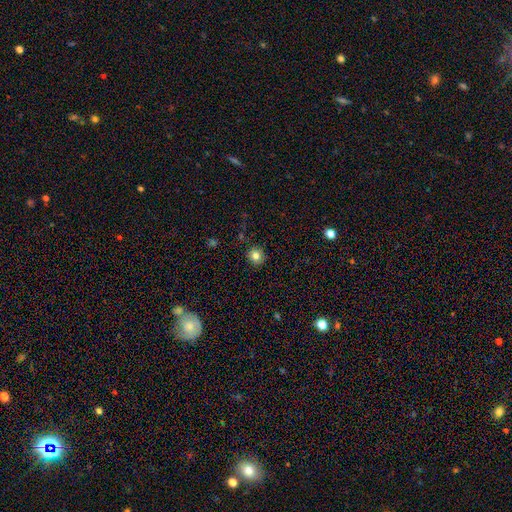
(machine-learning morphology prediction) smooth-or-featured: smooth: 81% | star or artifact: 12% | featured or disk: 7%
  how-rounded: round: 90% | in between: 9% | cigar-shaped: 1%
  merging: none: 88% | minor disturbance: 8% | major disturbance: 2% | merger: 1%